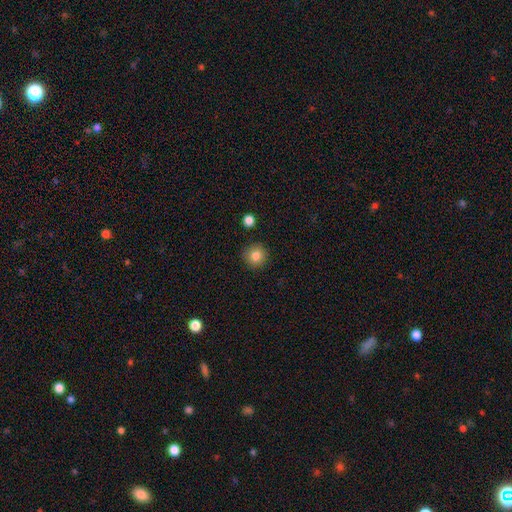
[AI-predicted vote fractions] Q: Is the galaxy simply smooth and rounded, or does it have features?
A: smooth — 83%.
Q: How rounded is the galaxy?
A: round — 94%.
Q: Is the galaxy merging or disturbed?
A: none — 91%.